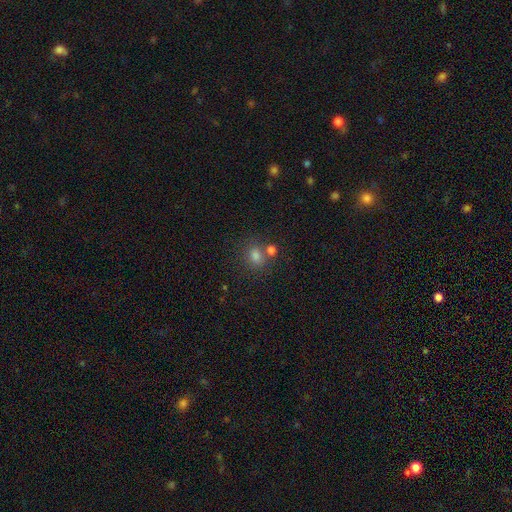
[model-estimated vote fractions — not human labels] This appears to be a smooth galaxy with no disk features (74%) that is round (62%). Merging: none (64%).